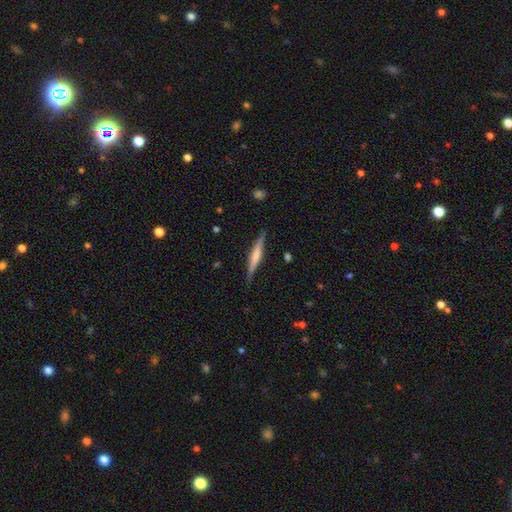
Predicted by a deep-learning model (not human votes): The model was most divided on "edge-on bulge": rounded: 43%, none: 31%, boxy: 26%. More confident: edge-on disk — yes (97%); merging — none (87%); smooth or featured — featured or disk (54%).